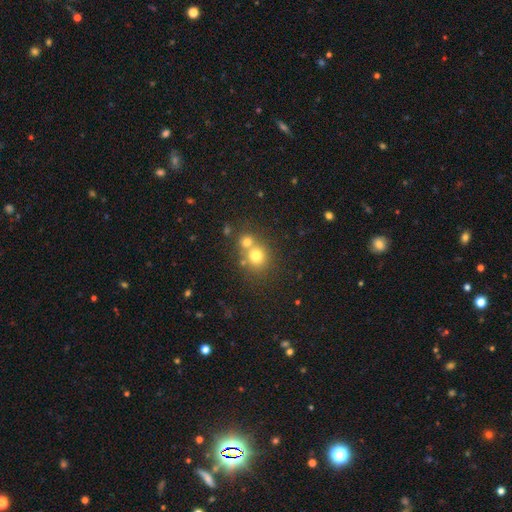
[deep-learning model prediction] Q: Smooth or featured?
A: smooth (72%); runner-up: star or artifact (15%)
Q: How rounded?
A: round (82%); runner-up: in between (17%)
Q: Merging?
A: merger (46%); runner-up: none (45%)